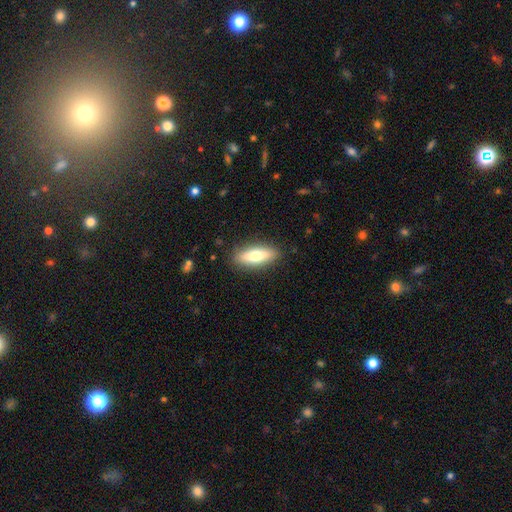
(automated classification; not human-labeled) Morphology: type=smooth (61%); roundness=in between (52%); merging=none (87%).